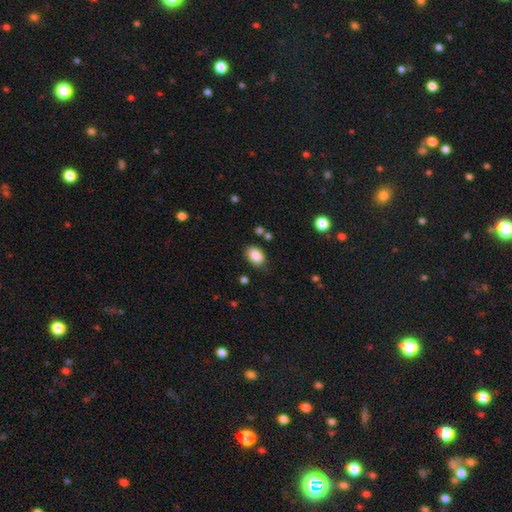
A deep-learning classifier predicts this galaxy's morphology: Smooth or featured? Predicted: smooth (p=0.88). How rounded? Predicted: in between (p=0.83). Merging? Predicted: none (p=0.76).